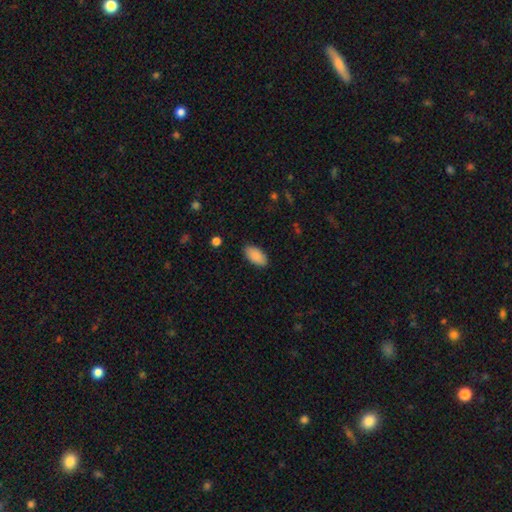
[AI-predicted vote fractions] smooth-or-featured: smooth: 90% | star or artifact: 6% | featured or disk: 4%
  how-rounded: in between: 94% | cigar-shaped: 3% | round: 2%
  merging: none: 87% | minor disturbance: 10% | major disturbance: 2% | merger: 1%